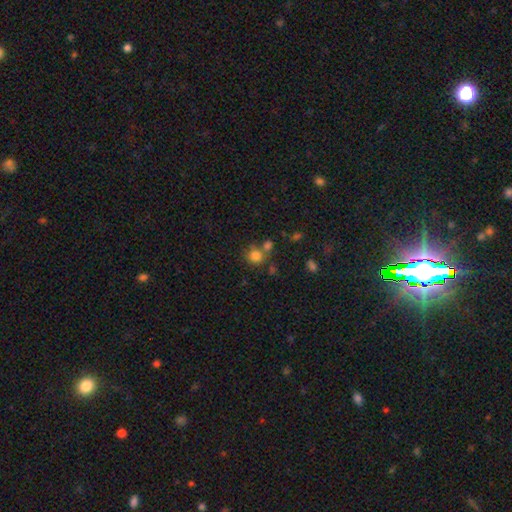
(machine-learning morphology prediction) This appears to be a smooth galaxy with no disk features (79%) that is round (86%). Merging: none (58%).